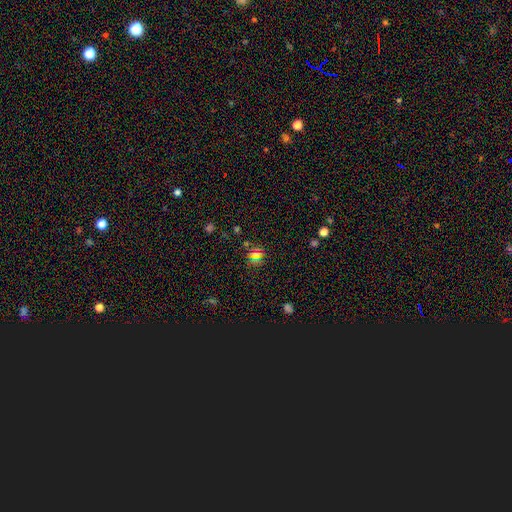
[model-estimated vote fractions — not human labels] Smooth or featured: smooth — 47% (star or artifact — 43%)
Merging: none — 80% (minor disturbance — 10%)